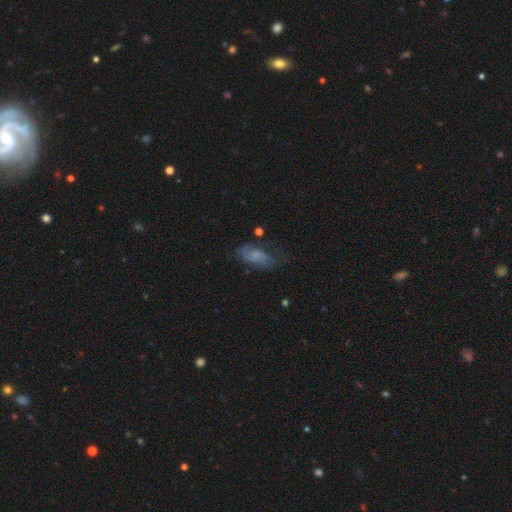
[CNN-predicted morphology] smooth-or-featured: smooth: 49% | featured or disk: 40% | star or artifact: 11%
  merging: none: 45% | minor disturbance: 28% | major disturbance: 23% | merger: 3%